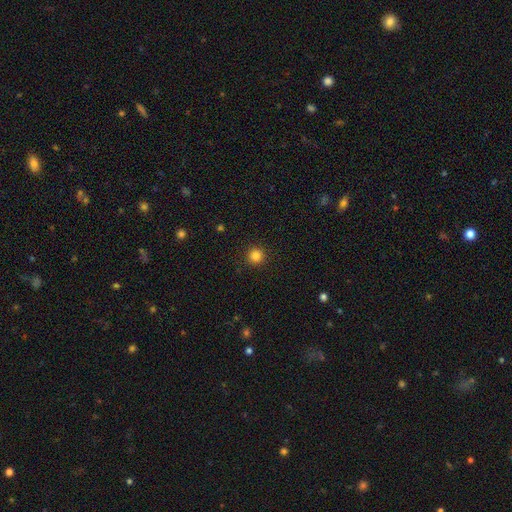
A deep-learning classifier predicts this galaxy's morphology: A smooth galaxy with no disk features (84%) that is round (96%). Merging: none (93%).